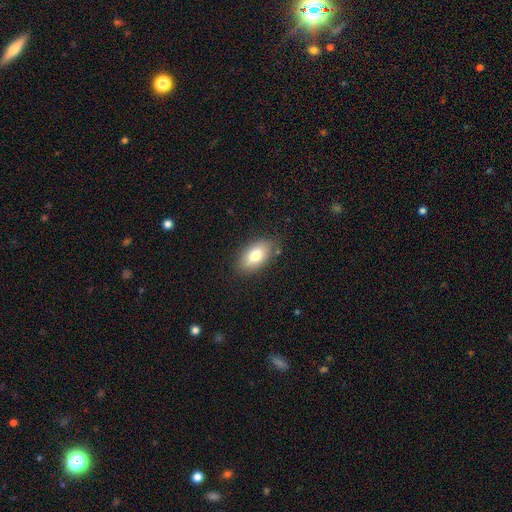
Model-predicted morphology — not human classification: A smooth galaxy with no disk features (77%) that is in between round and cigar-shaped (92%).

Vote fractions:
- Smooth or featured? smooth: 77% / featured or disk: 16% / star or artifact: 8%
- How rounded? in between: 92% / round: 5% / cigar-shaped: 3%
- Merging? none: 82% / minor disturbance: 13% / major disturbance: 3% / merger: 2%